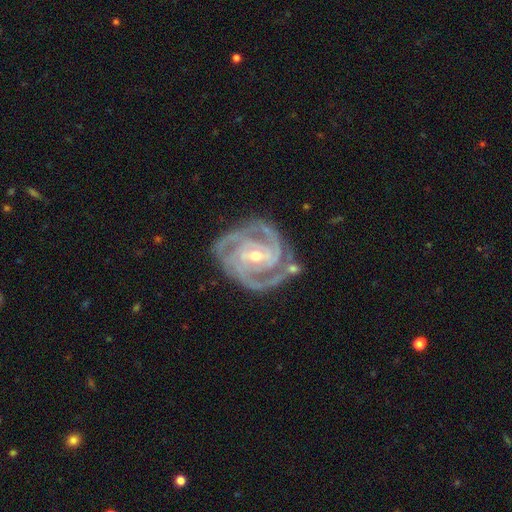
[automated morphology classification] Smooth or featured? Predicted: featured or disk (p=0.93). Edge-on disk? Predicted: no (p=0.98). Bar? Predicted: weak (p=0.43). Spiral arms? Predicted: yes (p=0.99). Spiral winding? Predicted: tight (p=0.71). Spiral arm count? Predicted: 3 (p=0.45). Bulge size? Predicted: small (p=0.57). Merging? Predicted: none (p=0.71).